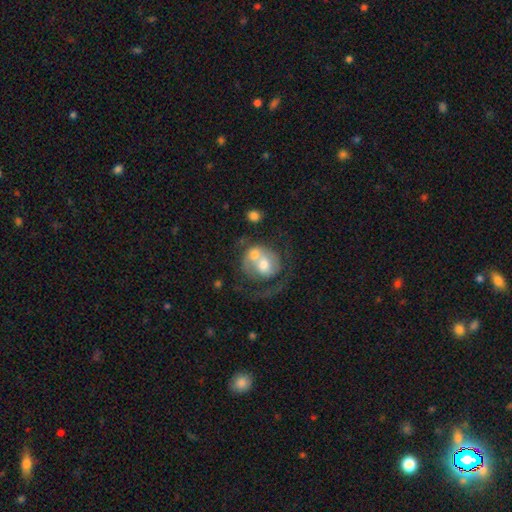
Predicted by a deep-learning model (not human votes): A featured or disk galaxy (57%) with no bar (79%), spiral arms (50%, tied with no) and a moderate central bulge (64%).

Vote fractions:
- Smooth or featured? featured or disk: 57% / smooth: 36% / star or artifact: 7%
- Edge-on disk? no: 97% / yes: 3%
- Bar? no: 79% / weak: 17% / strong: 4%
- Spiral arms? yes: 50% (tied) / no: 50% (tied)
- Bulge size? moderate: 64% / small: 18% / large: 12% / none: 4% / dominant: 2%
- Merging? merger: 62% / none: 17% / major disturbance: 14% / minor disturbance: 8%